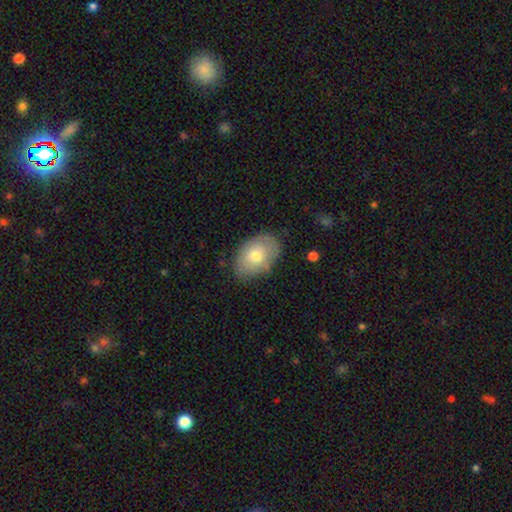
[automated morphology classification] A smooth galaxy with no disk features (66%) that is in between round and cigar-shaped (87%).

Vote fractions:
- Smooth or featured? smooth: 66% / featured or disk: 28% / star or artifact: 7%
- How rounded? in between: 87% / round: 12% / cigar-shaped: 1%
- Merging? none: 78% / minor disturbance: 17% / major disturbance: 4% / merger: 1%